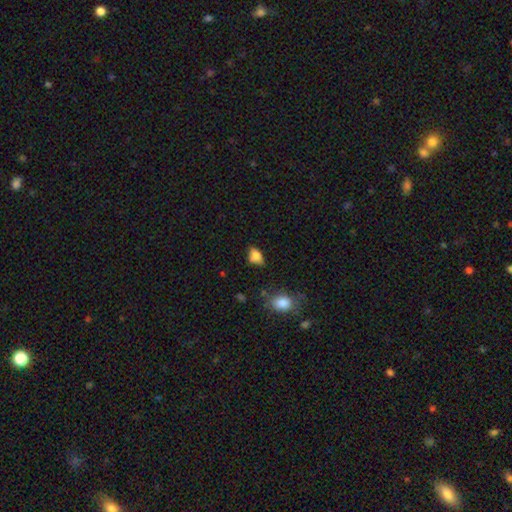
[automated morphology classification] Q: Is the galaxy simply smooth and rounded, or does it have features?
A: smooth — 76%.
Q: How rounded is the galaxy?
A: in between — 79%.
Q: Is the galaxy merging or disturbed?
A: none — 54%.